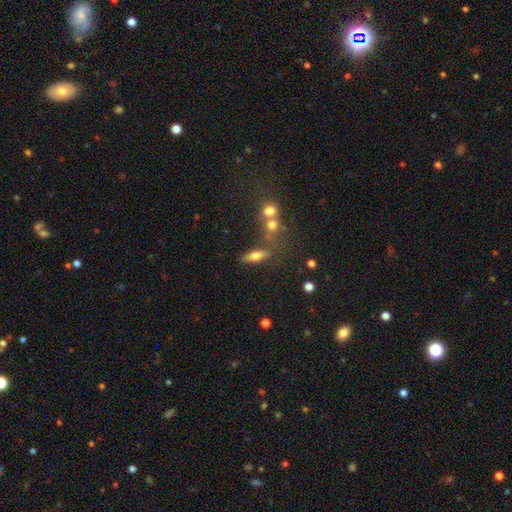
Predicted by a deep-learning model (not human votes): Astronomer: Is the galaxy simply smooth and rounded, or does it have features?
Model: smooth — 58%.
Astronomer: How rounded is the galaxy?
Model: in between — 47% (runner-up: cigar-shaped, 45%).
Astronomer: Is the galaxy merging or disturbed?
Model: none — 61%.